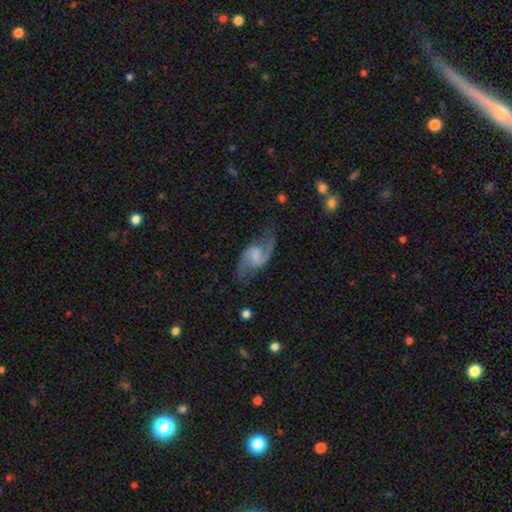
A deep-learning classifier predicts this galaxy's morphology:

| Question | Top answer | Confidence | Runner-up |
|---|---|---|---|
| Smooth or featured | featured or disk | 85% | smooth (9%) |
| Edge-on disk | no | 97% | yes (3%) |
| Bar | weak | 51% | no (35%) |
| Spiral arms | yes | 96% | no (4%) |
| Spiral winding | loose | 57% | medium (36%) |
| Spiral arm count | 2 | 92% | 1 (2%) |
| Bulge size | none | 43% | small (22%) |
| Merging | none | 70% | minor disturbance (17%) |